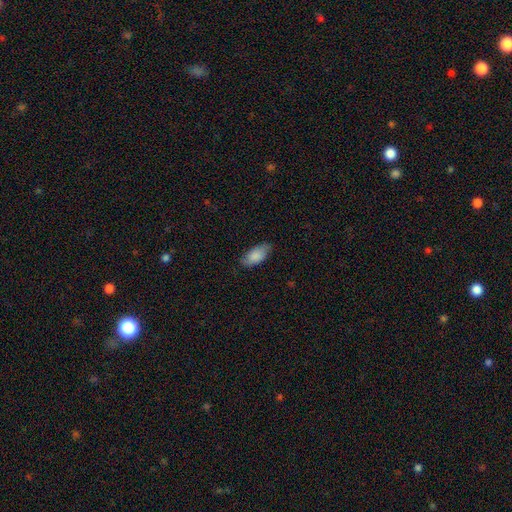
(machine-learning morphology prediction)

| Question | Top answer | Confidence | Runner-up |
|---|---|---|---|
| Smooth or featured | smooth | 85% | featured or disk (9%) |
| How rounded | in between | 92% | cigar-shaped (6%) |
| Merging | none | 79% | minor disturbance (17%) |